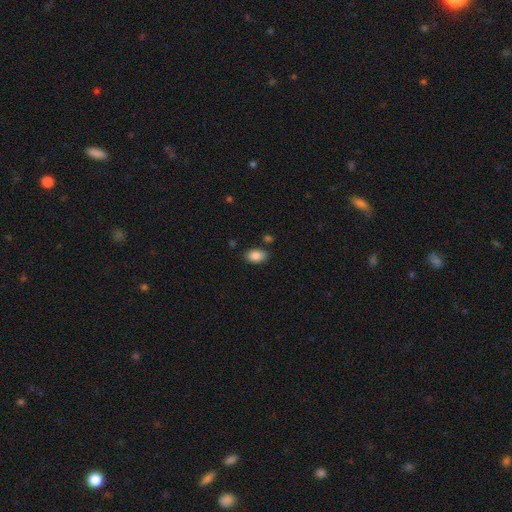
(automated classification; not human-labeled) A smooth galaxy with no disk features (87%) that is in between round and cigar-shaped (90%).

Vote fractions:
- Smooth or featured? smooth: 87% / star or artifact: 8% / featured or disk: 5%
- How rounded? in between: 90% / round: 9% / cigar-shaped: 1%
- Merging? none: 82% / minor disturbance: 12% / merger: 4% / major disturbance: 3%